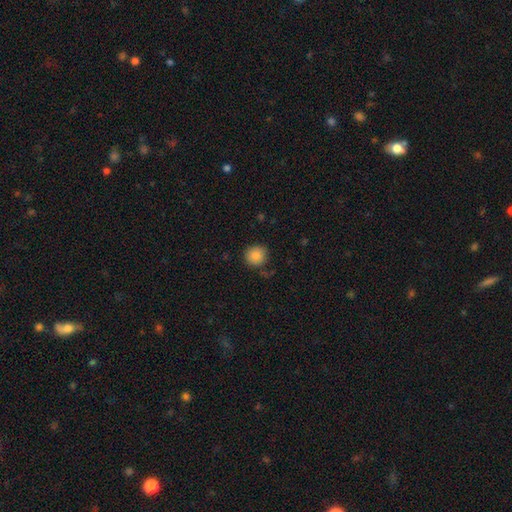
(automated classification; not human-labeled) smooth 85%, star or artifact 9%, featured or disk 5%. Down the decision tree: how rounded — round (91%); merging — none (83%).